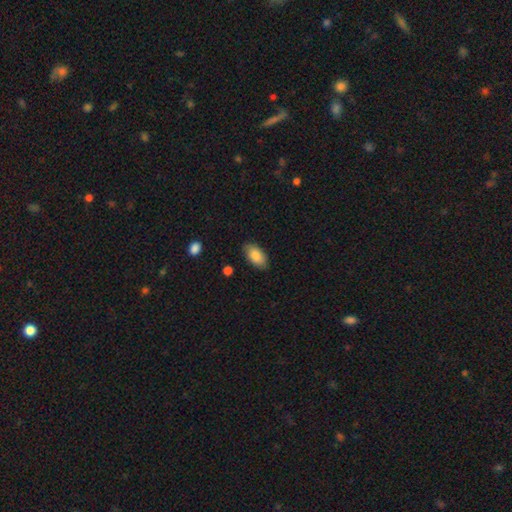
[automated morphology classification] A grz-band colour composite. It shows a smooth galaxy with no disk features (85%) that is in between round and cigar-shaped (94%). Merging: none (82%).